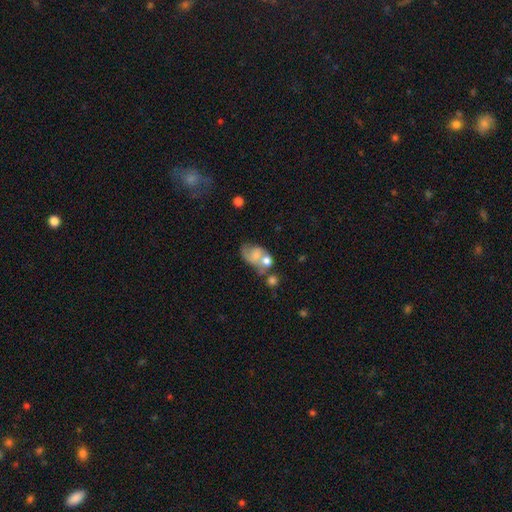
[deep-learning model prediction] A featured or disk galaxy (46%). Merging: merger (37%).